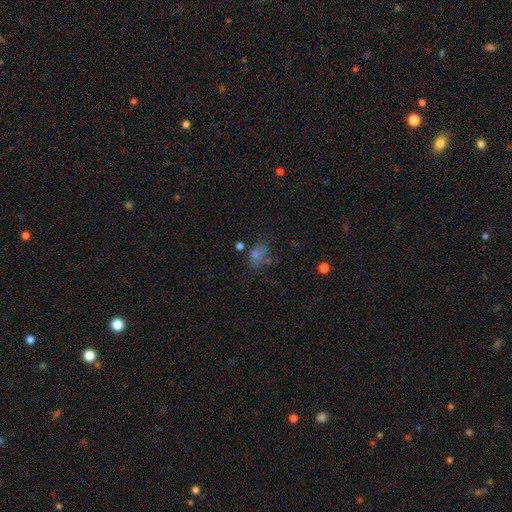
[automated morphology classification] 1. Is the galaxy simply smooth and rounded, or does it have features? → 54% smooth, 28% star or artifact, 18% featured or disk.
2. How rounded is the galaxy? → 70% in between, 27% round, 3% cigar-shaped.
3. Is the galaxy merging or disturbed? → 54% none, 22% minor disturbance, 14% major disturbance, 10% merger.